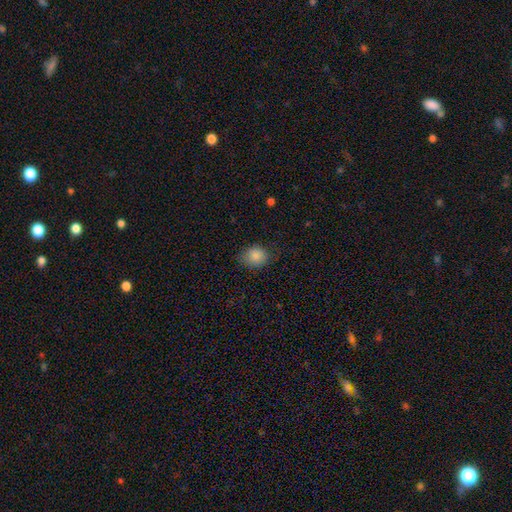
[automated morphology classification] The model was most divided on "how rounded": round: 58%, in between: 41%, cigar-shaped: 1%. More confident: smooth or featured — smooth (85%); merging — none (75%).